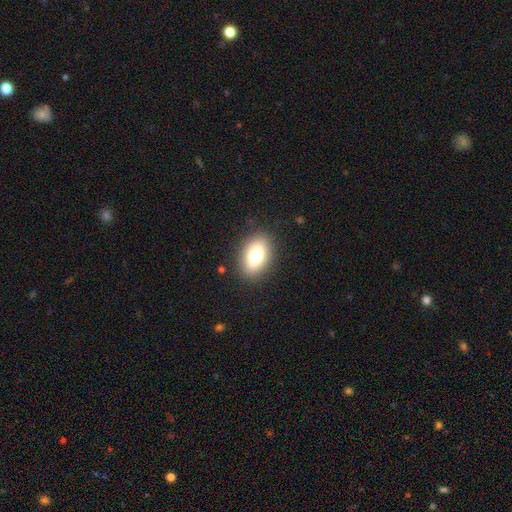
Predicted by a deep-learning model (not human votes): Overall: smooth (77%). How rounded: in between (86%). Merging: none (86%).